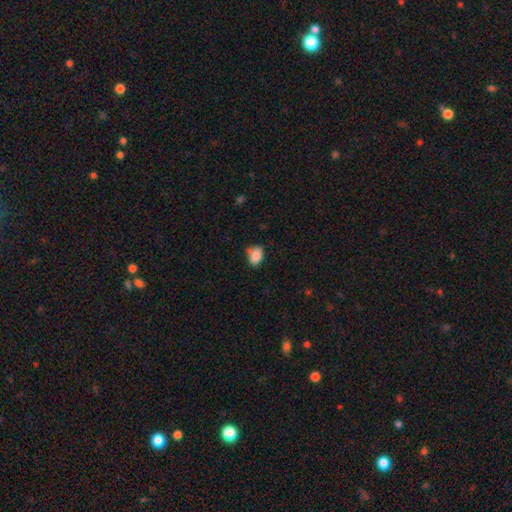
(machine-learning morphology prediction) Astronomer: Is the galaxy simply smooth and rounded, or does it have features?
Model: smooth — 83%.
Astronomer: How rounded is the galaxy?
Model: in between — 74%.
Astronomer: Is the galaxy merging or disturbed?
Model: none — 59%.